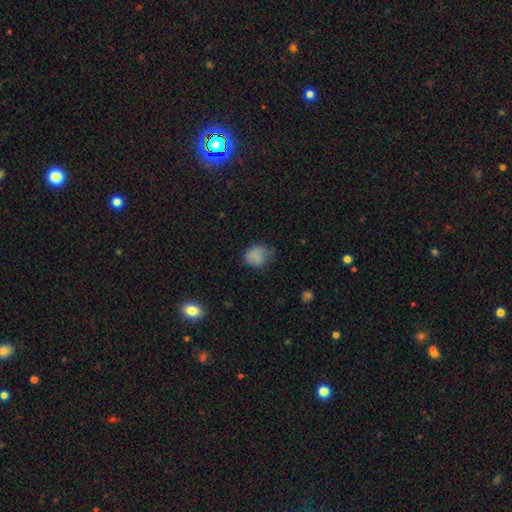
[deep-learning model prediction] The model was most divided on "merging": none: 57%, minor disturbance: 31%, major disturbance: 11%, merger: 2%. More confident: smooth or featured — smooth (81%); how rounded — round (64%).